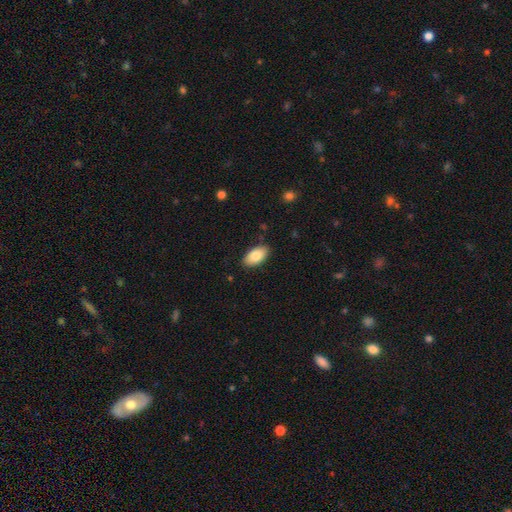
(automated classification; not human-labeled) Q: Smooth or featured?
A: smooth (82%); runner-up: featured or disk (11%)
Q: How rounded?
A: in between (94%); runner-up: round (3%)
Q: Merging?
A: none (87%); runner-up: minor disturbance (10%)